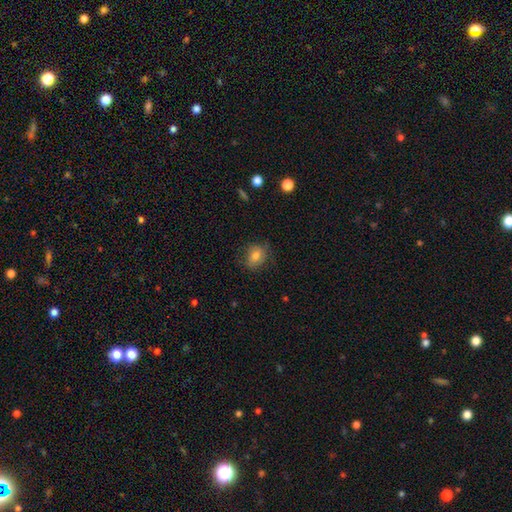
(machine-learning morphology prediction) Overall: smooth (72%). How rounded: round (55%; in between 44%). Merging: none (71%).